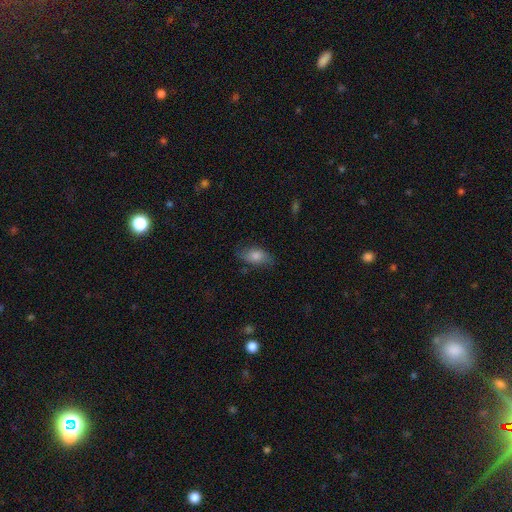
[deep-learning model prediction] Smooth or featured? smooth (76%)
How rounded? in between (89%)
Merging? none (75%)